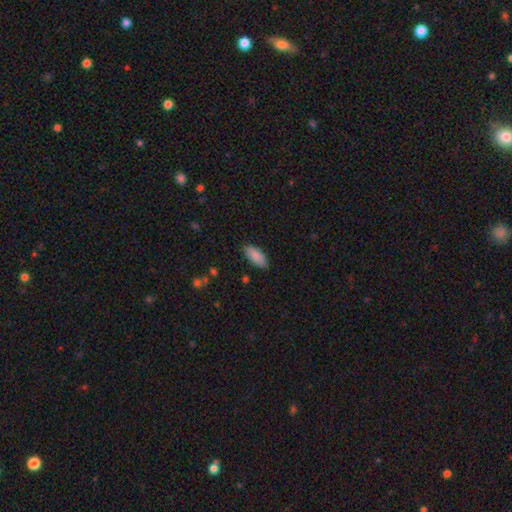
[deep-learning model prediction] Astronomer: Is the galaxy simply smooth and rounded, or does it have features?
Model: smooth — 88%.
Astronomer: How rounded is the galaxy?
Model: in between — 86%.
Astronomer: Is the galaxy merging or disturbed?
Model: none — 83%.